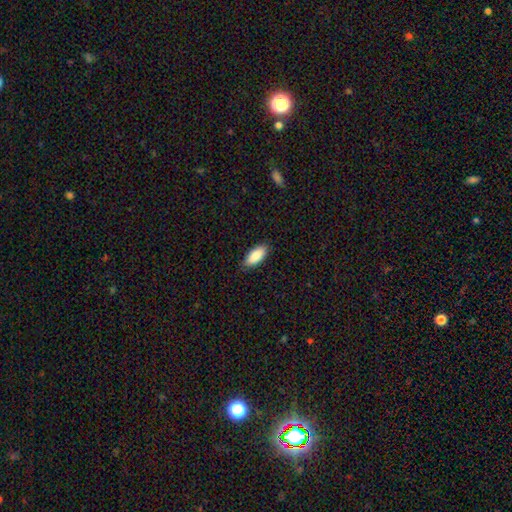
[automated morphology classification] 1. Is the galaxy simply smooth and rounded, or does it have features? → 89% smooth, 6% star or artifact, 5% featured or disk.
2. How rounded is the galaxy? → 87% in between, 11% cigar-shaped, 2% round.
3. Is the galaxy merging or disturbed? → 86% none, 11% minor disturbance, 2% major disturbance, 1% merger.